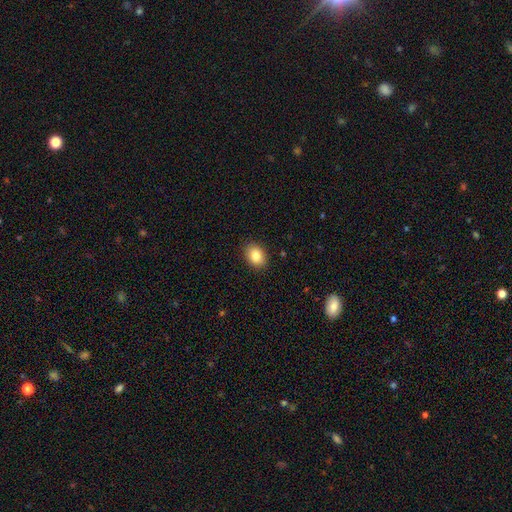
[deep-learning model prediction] A smooth galaxy with no disk features (85%) that is in between round and cigar-shaped (72%). Merging: none (89%).